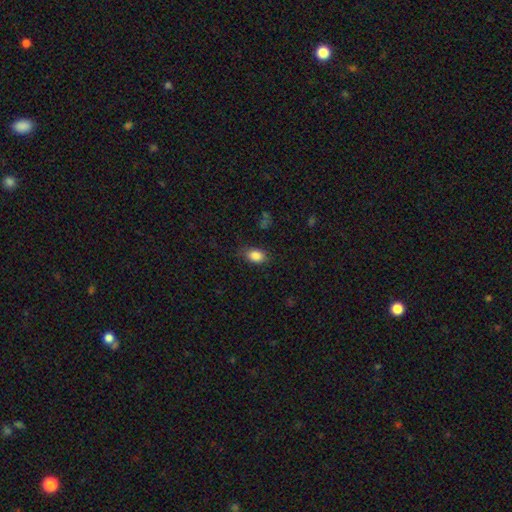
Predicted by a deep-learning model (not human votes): Smooth or featured?
  - smooth: 85% *
  - star or artifact: 9%
  - featured or disk: 6%
How rounded?
  - in between: 82% *
  - round: 17%
  - cigar-shaped: 2%
Merging?
  - none: 76% *
  - minor disturbance: 18%
  - major disturbance: 4%
  - merger: 1%